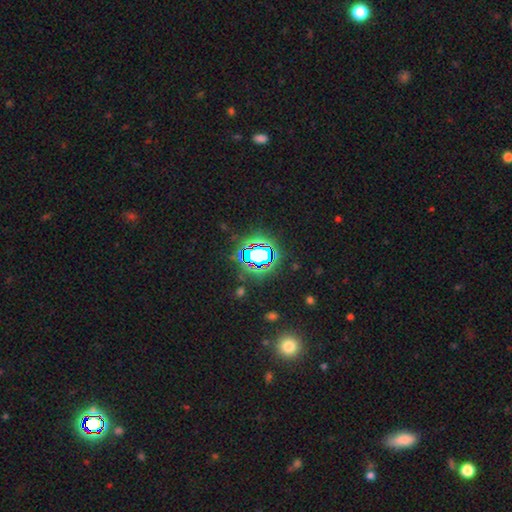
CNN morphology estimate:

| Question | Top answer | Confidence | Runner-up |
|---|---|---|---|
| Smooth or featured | star or artifact | 71% | smooth (18%) |